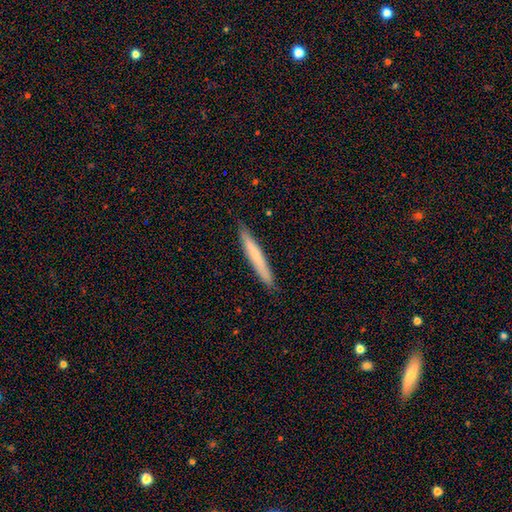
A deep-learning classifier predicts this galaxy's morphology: Overall: smooth (69%). How rounded: cigar-shaped (96%). Merging: none (89%).